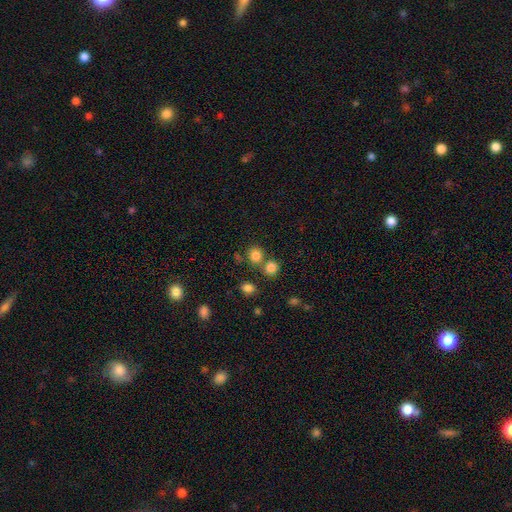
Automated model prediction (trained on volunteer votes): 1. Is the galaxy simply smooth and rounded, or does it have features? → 80% smooth, 14% star or artifact, 6% featured or disk.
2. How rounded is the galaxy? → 84% round, 15% in between, 1% cigar-shaped.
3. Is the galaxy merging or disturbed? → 64% none, 25% merger, 8% minor disturbance, 3% major disturbance.